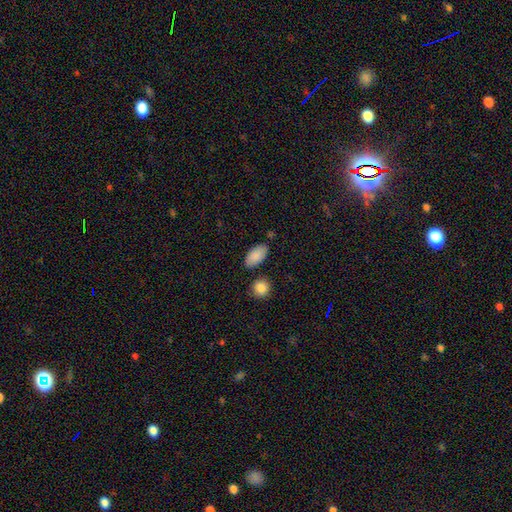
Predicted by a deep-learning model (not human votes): Smooth or featured? smooth (89%)
How rounded? in between (93%)
Merging? none (79%)